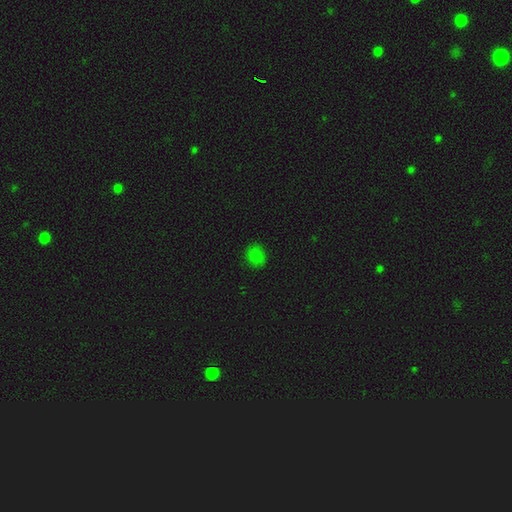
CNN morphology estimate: This is likely a smooth galaxy (79%). How rounded: likely round (69%). Merging: clearly none (85%).